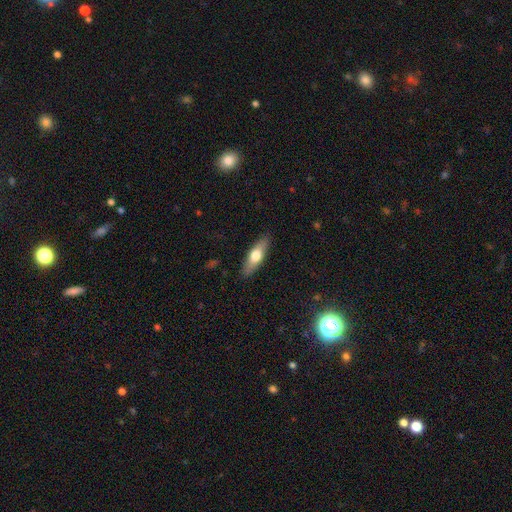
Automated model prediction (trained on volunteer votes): Morphology: type=smooth (60%); roundness=cigar-shaped (49%); merging=none (89%).